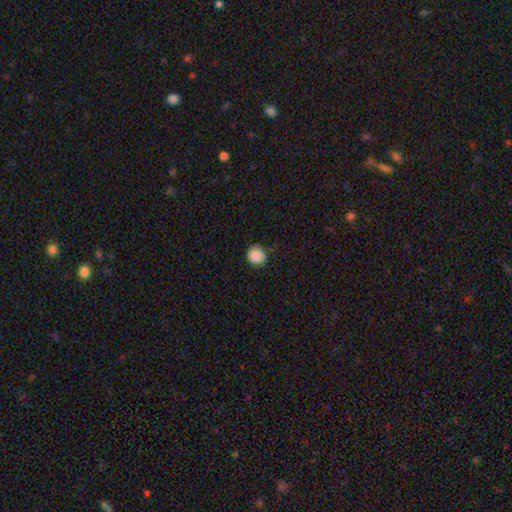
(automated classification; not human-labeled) A smooth galaxy with no disk features (87%) that is round (87%).

Vote fractions:
- Smooth or featured? smooth: 87% / star or artifact: 8% / featured or disk: 5%
- How rounded? round: 87% / in between: 12% / cigar-shaped: 1%
- Merging? none: 85% / minor disturbance: 12% / major disturbance: 2% / merger: 1%